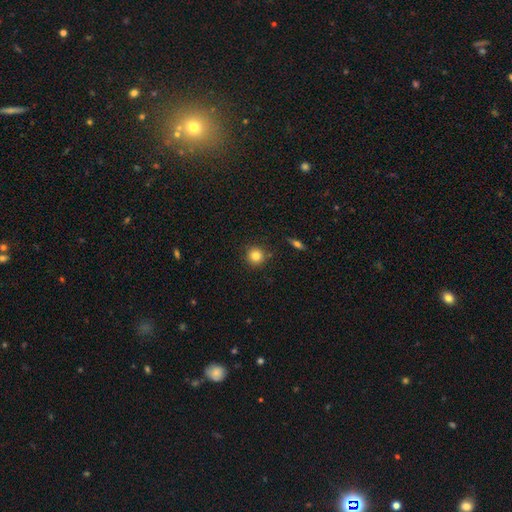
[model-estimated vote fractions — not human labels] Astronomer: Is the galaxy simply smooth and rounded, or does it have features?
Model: smooth — 83%.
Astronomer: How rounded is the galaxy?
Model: round — 93%.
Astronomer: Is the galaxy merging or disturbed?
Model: none — 87%.